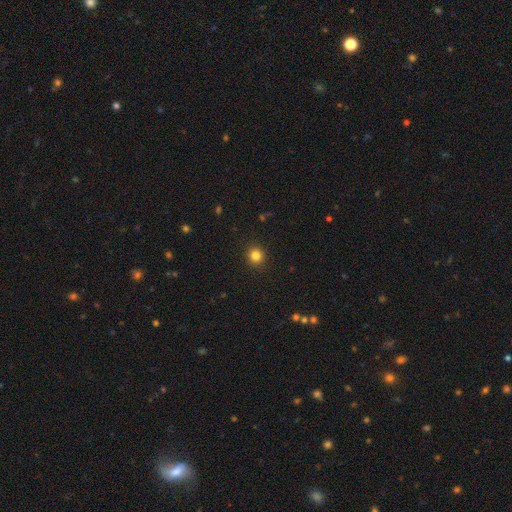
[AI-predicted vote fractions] Smooth or featured: smooth — 83% (star or artifact — 12%)
How rounded: round — 89% (in between — 10%)
Merging: none — 91% (minor disturbance — 6%)